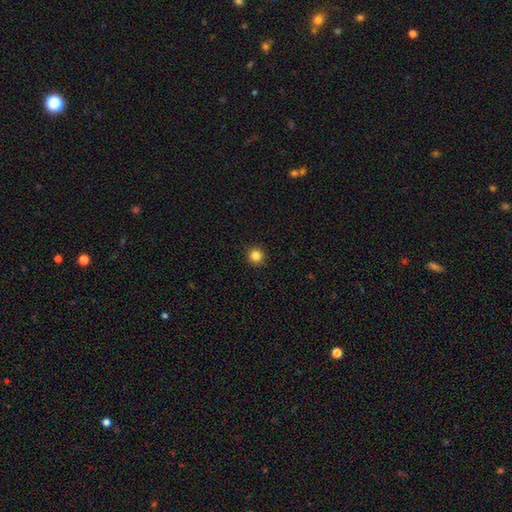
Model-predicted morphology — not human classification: Smooth or featured? Predicted: smooth (p=0.85). How rounded? Predicted: round (p=0.94). Merging? Predicted: none (p=0.93).